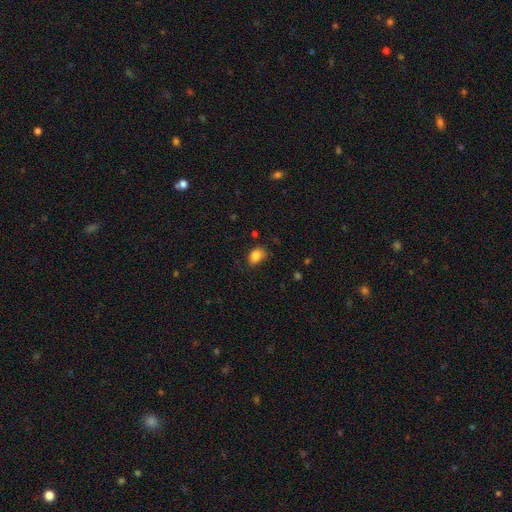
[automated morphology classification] smooth-or-featured: smooth: 84% | star or artifact: 9% | featured or disk: 6%
  how-rounded: in between: 73% | round: 26% | cigar-shaped: 1%
  merging: none: 67% | minor disturbance: 25% | major disturbance: 6% | merger: 2%